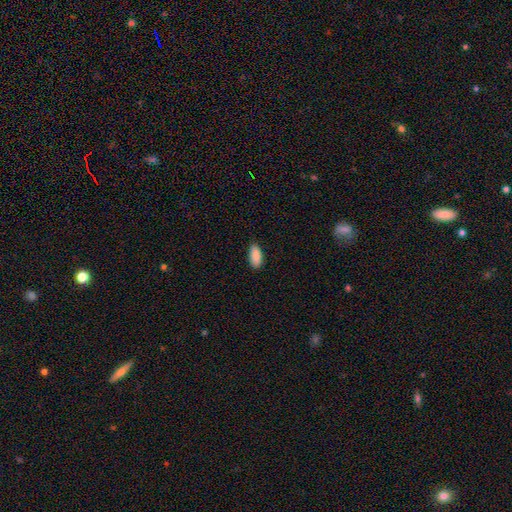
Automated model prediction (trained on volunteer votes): A smooth galaxy with no disk features (90%) that is in between round and cigar-shaped (90%).

Vote fractions:
- Smooth or featured? smooth: 90% / star or artifact: 6% / featured or disk: 4%
- How rounded? in between: 90% / cigar-shaped: 8% / round: 2%
- Merging? none: 86% / minor disturbance: 11% / major disturbance: 2% / merger: 1%